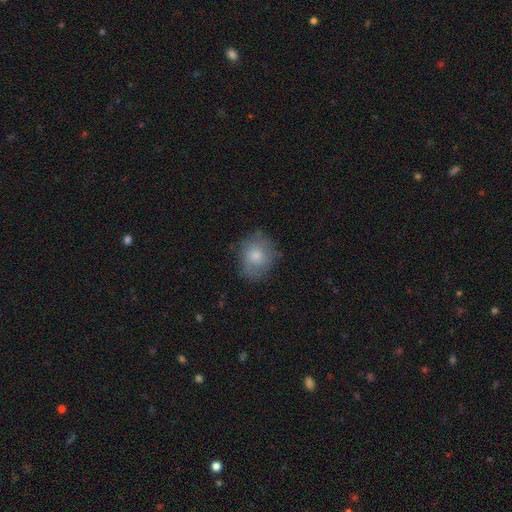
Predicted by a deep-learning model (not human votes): A smooth galaxy with no disk features (72%) that is round (69%).

Vote fractions:
- Smooth or featured? smooth: 72% / featured or disk: 20% / star or artifact: 8%
- How rounded? round: 69% / in between: 30% / cigar-shaped: 1%
- Merging? none: 66% / minor disturbance: 24% / major disturbance: 9% / merger: 1%